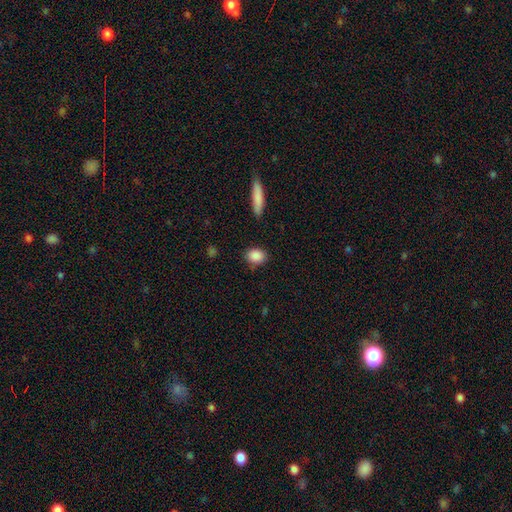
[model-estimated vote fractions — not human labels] smooth_or_featured: smooth (p=0.88) [alt: star or artifact p=0.08]
how_rounded: in between (p=0.61) [alt: round p=0.37]
merging: none (p=0.81) [alt: minor disturbance p=0.14]